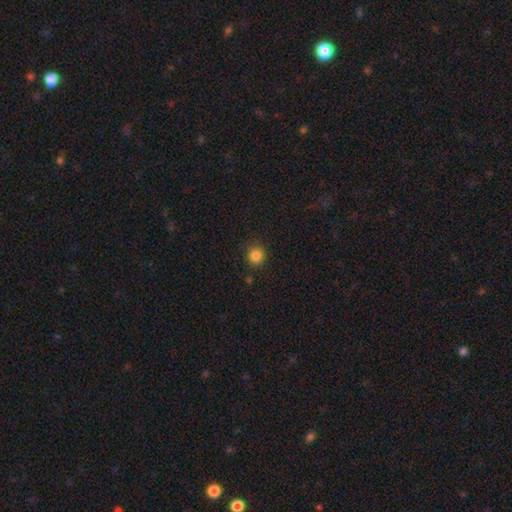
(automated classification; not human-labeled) Overall: smooth (84%). How rounded: round (91%). Merging: none (89%).